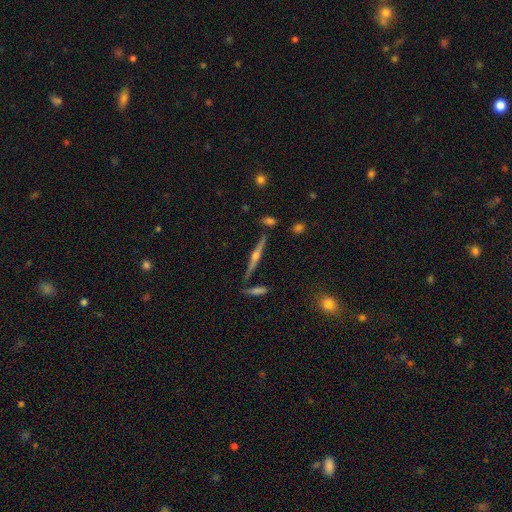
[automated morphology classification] smooth_or_featured: featured or disk (p=0.80) [alt: smooth p=0.13]
disk_edge_on: yes (p=0.98) [alt: no p=0.02]
edge_on_bulge: rounded (p=0.93) [alt: none p=0.04]
merging: none (p=0.85) [alt: minor disturbance p=0.08]